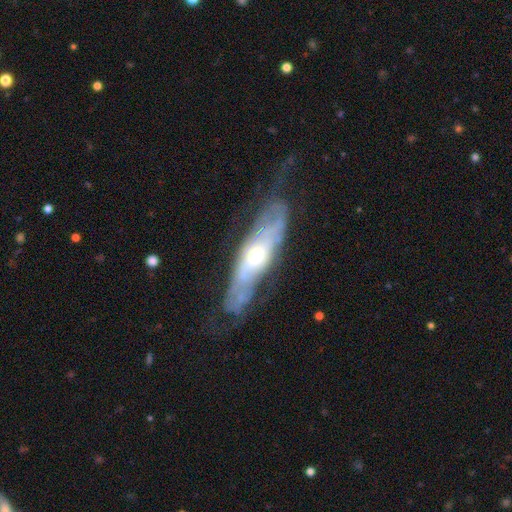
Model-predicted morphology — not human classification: featured or disk 73%, smooth 21%, star or artifact 6%. Down the decision tree: edge-on disk — no (71%); bar — no (73%); spiral arms — yes (66%); bulge size — moderate (59%); merging — none (55%).